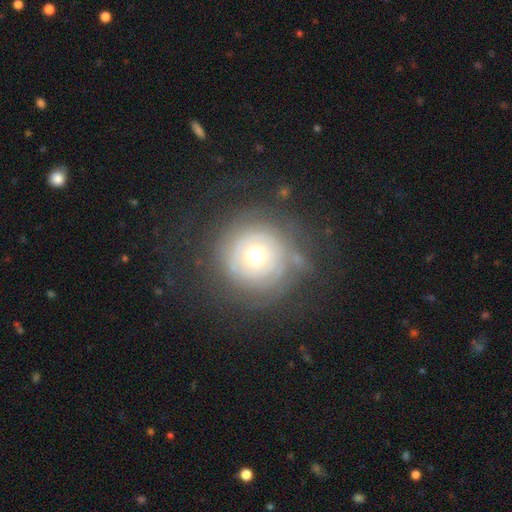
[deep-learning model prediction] featured or disk 61%, smooth 30%, star or artifact 9%. Down the decision tree: edge-on disk — no (97%); bar — no (88%); spiral arms — yes (62%); bulge size — moderate (71%); merging — none (69%).